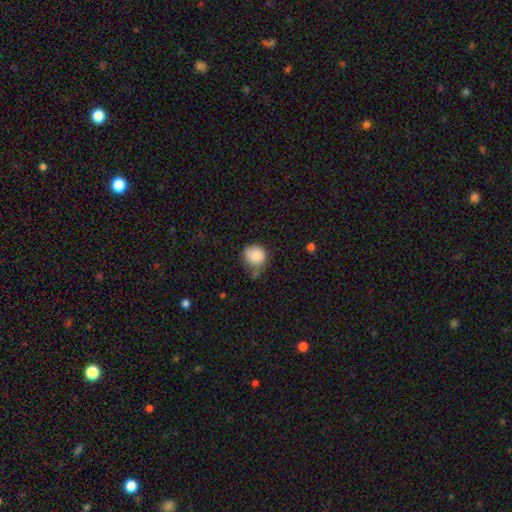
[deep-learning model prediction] The model was most divided on "merging": none: 48%, minor disturbance: 34%, major disturbance: 11%, merger: 7%. More confident: how rounded — round (84%); smooth or featured — smooth (84%).